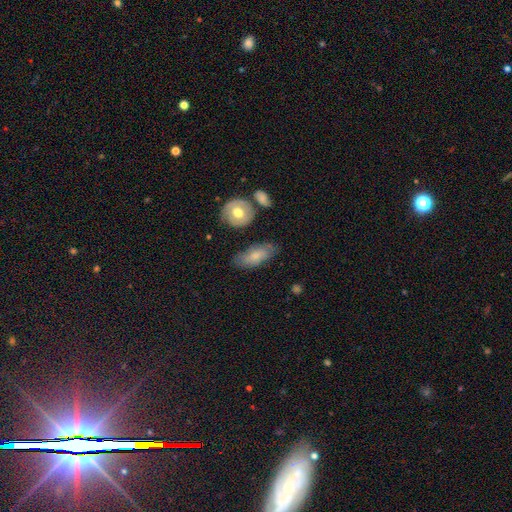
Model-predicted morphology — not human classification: This appears to be a smooth galaxy with no disk features (69%) that is in between round and cigar-shaped (82%). Merging: none (70%).